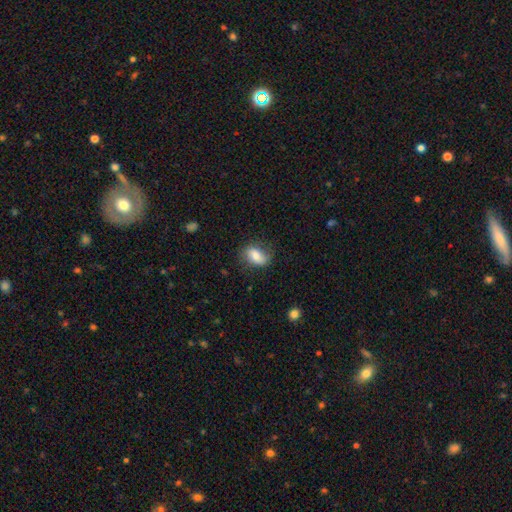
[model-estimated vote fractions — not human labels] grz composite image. It shows a smooth galaxy with no disk features (71%) that is in between round and cigar-shaped (85%). Merging: none (70%).